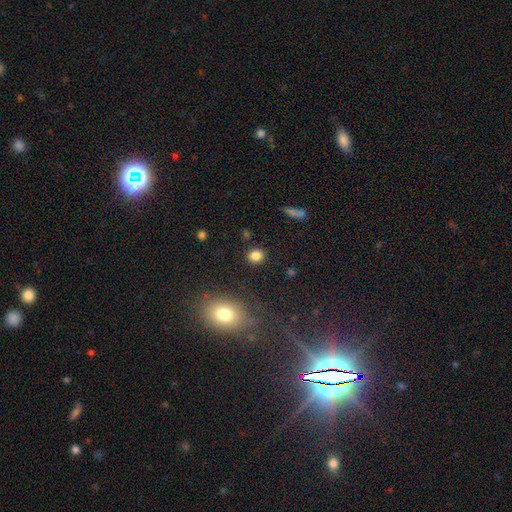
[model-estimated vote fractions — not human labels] Smooth or featured? smooth (84%)
How rounded? round (78%)
Merging? none (89%)